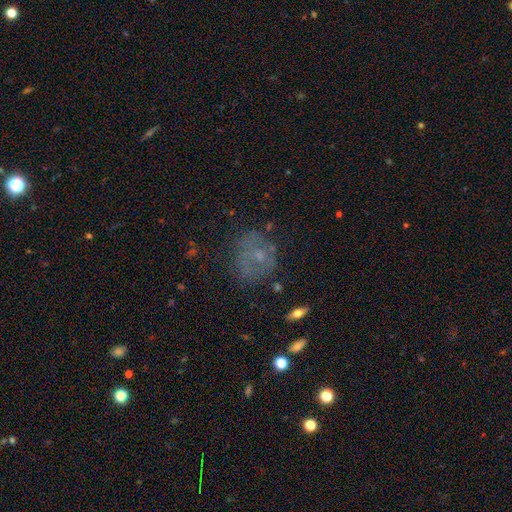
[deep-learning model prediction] The model was most divided on "smooth or featured": featured or disk: 43%, smooth: 40%, star or artifact: 17%. More confident: merging — none (60%).